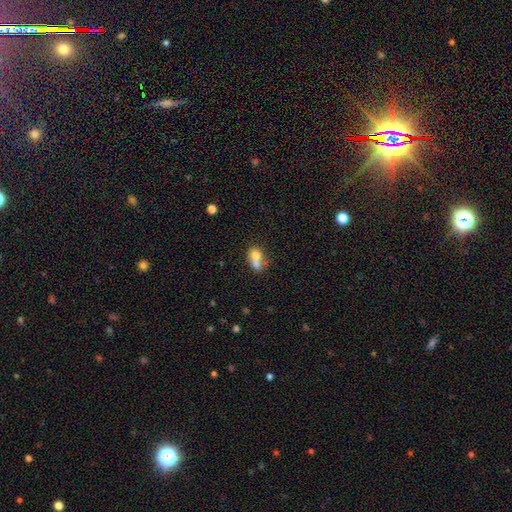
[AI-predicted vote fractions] smooth 70%, featured or disk 20%, star or artifact 10%. Down the decision tree: how rounded — in between (53%); merging — merger (68%).